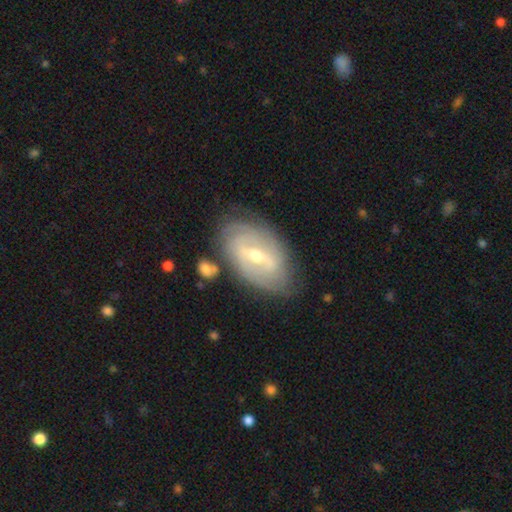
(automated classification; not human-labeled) featured or disk 80%, smooth 14%, star or artifact 6%. Down the decision tree: edge-on disk — no (94%); bar — weak (43%); spiral arms — yes (82%); spiral arm count — 2 (41%); spiral winding — tight (60%); bulge size — moderate (64%); merging — none (75%).